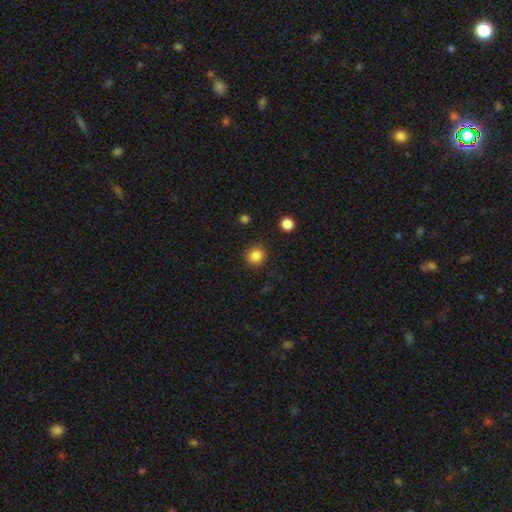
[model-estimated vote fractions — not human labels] Q: Smooth or featured?
A: smooth (85%); runner-up: star or artifact (11%)
Q: How rounded?
A: round (88%); runner-up: in between (11%)
Q: Merging?
A: none (88%); runner-up: minor disturbance (8%)